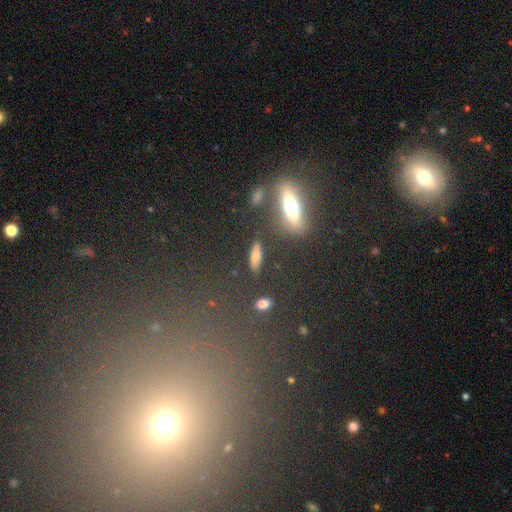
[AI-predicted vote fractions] This appears to be a smooth galaxy with no disk features (44%). Merging: none (79%).